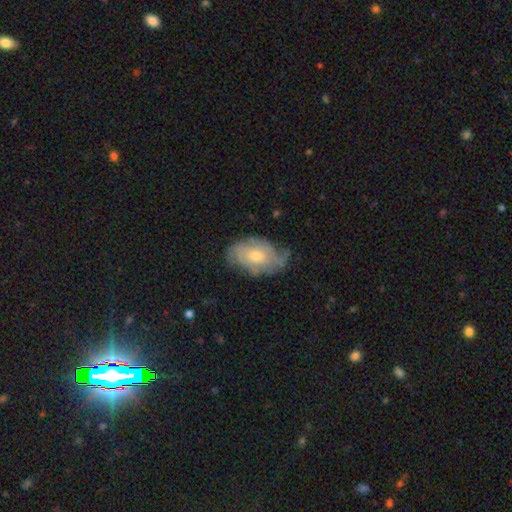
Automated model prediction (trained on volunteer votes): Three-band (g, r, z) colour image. It shows a featured or disk galaxy (67%) with no bar (73%), tight (54%) spiral arms (85%) and a moderate central bulge (61%). Merging: none (63%).